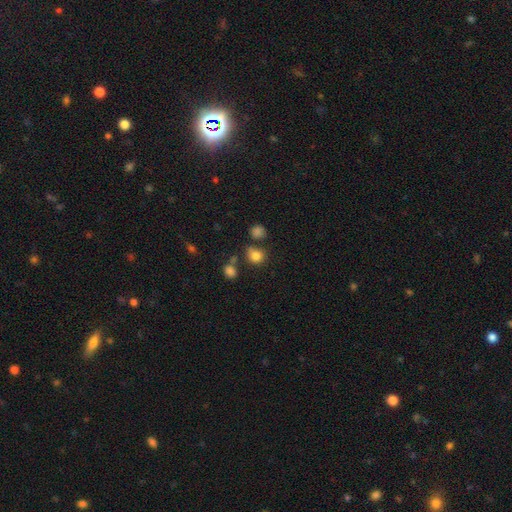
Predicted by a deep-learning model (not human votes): A smooth galaxy with no disk features (81%) that is round (77%). Merging: none (67%).